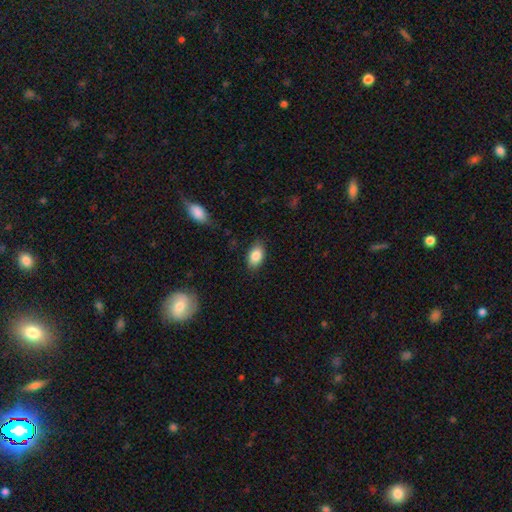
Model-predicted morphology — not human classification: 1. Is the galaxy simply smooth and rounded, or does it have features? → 85% smooth, 8% star or artifact, 7% featured or disk.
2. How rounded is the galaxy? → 89% in between, 9% round, 2% cigar-shaped.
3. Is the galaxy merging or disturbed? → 84% none, 12% minor disturbance, 3% major disturbance, 1% merger.